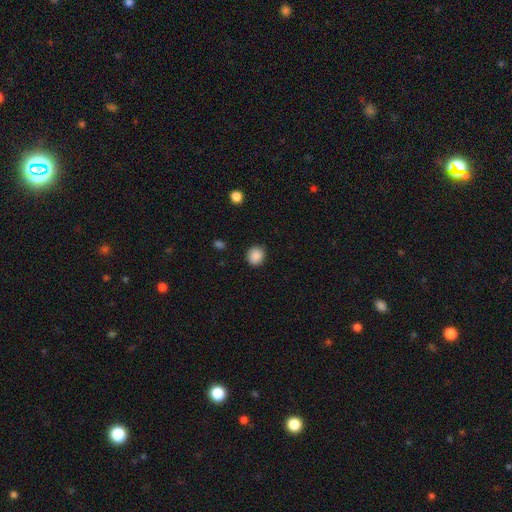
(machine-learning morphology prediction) This is clearly a smooth galaxy (89%). How rounded: clearly round (80%). Merging: clearly none (89%).